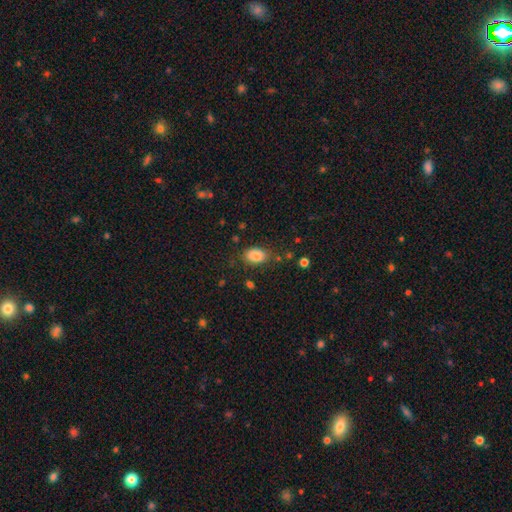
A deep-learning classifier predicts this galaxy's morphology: The model was most divided on "merging": none: 76%, minor disturbance: 17%, major disturbance: 5%, merger: 2%. More confident: how rounded — in between (88%); smooth or featured — smooth (86%).